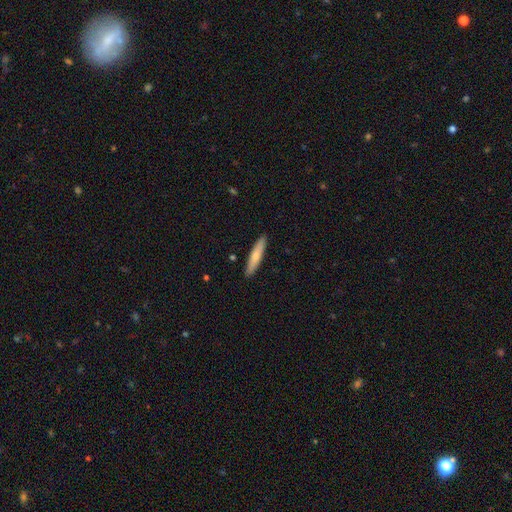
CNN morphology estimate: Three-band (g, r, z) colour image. It shows a smooth galaxy with no disk features (71%) that is cigar-shaped (89%). Merging: none (91%).